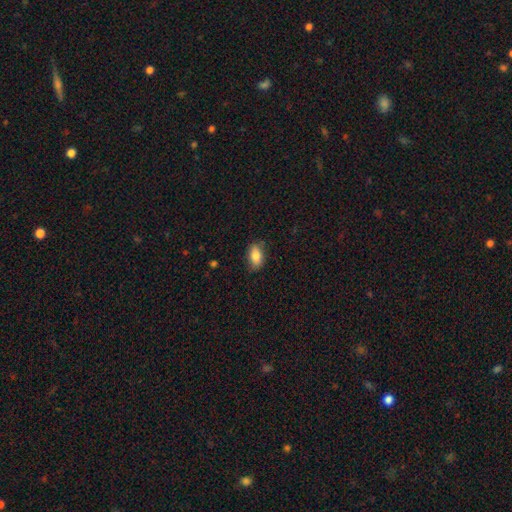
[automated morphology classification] A smooth galaxy with no disk features (84%) that is in between round and cigar-shaped (89%). Merging: none (80%).